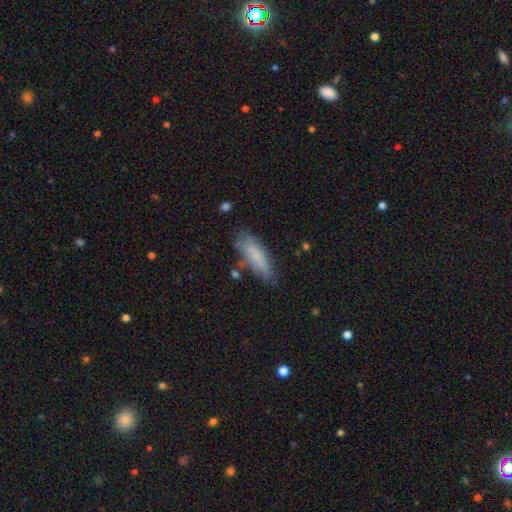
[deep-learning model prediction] Q: Smooth or featured?
A: smooth (76%); runner-up: featured or disk (17%)
Q: How rounded?
A: in between (54%); runner-up: cigar-shaped (44%)
Q: Merging?
A: none (69%); runner-up: minor disturbance (21%)